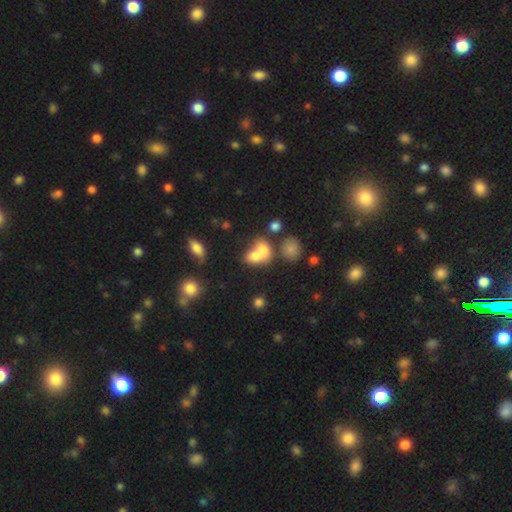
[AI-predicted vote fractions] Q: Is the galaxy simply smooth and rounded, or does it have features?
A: smooth — 71%.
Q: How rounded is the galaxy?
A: in between — 64%.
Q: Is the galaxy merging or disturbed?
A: merger — 66%.